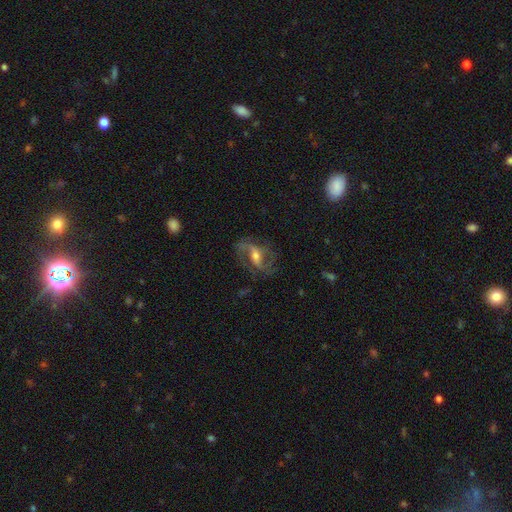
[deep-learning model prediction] featured or disk 82%, smooth 12%, star or artifact 7%. Down the decision tree: edge-on disk — no (95%); bar — weak (44%); spiral arms — yes (92%); spiral arm count — 2 (82%); spiral winding — medium (44%); bulge size — moderate (61%); merging — none (67%).